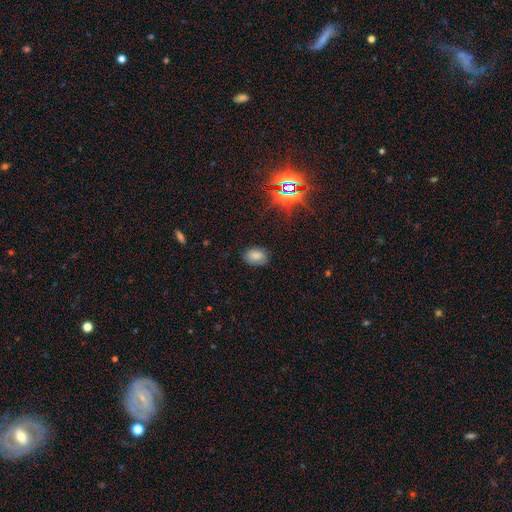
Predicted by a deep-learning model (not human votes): Smooth or featured?
  - smooth: 78% *
  - star or artifact: 14%
  - featured or disk: 8%
How rounded?
  - in between: 82% *
  - round: 17%
  - cigar-shaped: 1%
Merging?
  - none: 80% *
  - minor disturbance: 15%
  - major disturbance: 4%
  - merger: 1%